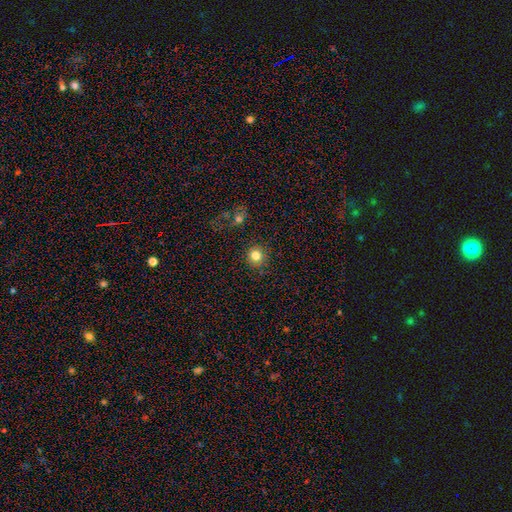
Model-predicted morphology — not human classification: Q: Smooth or featured?
A: smooth (81%); runner-up: star or artifact (13%)
Q: How rounded?
A: round (92%); runner-up: in between (7%)
Q: Merging?
A: none (87%); runner-up: minor disturbance (7%)